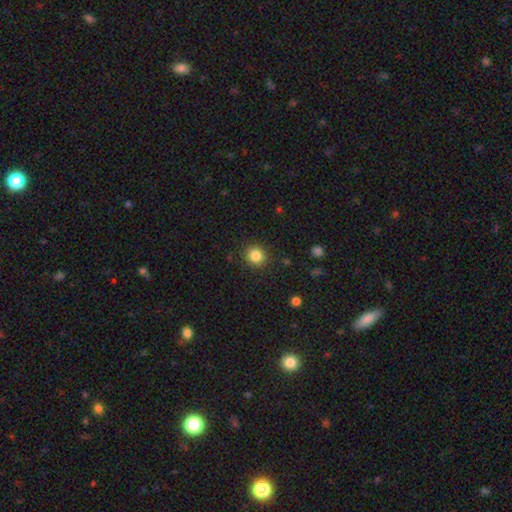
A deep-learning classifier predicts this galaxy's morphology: This is clearly a smooth galaxy (85%). How rounded: clearly round (88%). Merging: clearly none (90%).